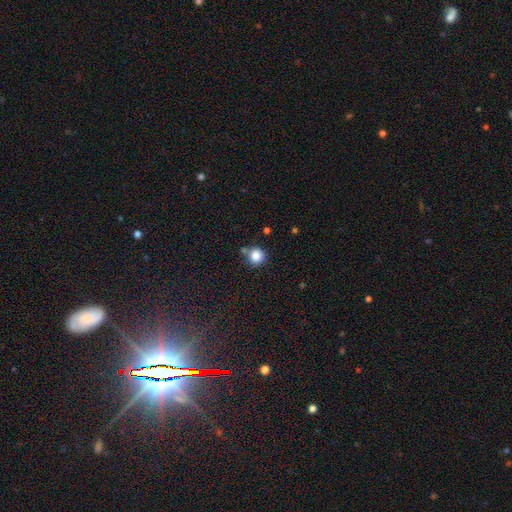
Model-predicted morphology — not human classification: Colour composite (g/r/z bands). It shows a smooth galaxy with no disk features (85%) that is round (93%). Merging: none (71%).